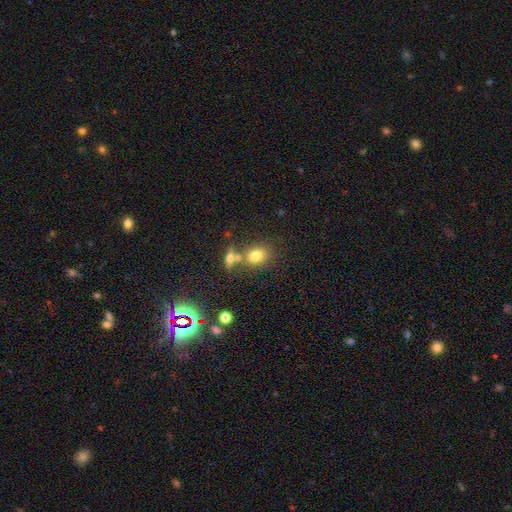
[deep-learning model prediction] Smooth or featured: smooth — 77% (star or artifact — 12%)
How rounded: in between — 53% (round — 45%)
Merging: none — 59% (merger — 23%)